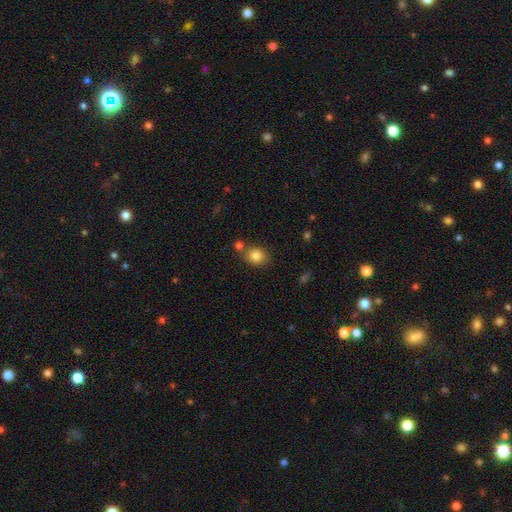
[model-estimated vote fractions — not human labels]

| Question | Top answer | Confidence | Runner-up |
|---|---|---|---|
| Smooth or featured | smooth | 83% | star or artifact (10%) |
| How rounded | round | 56% | in between (43%) |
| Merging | none | 71% | merger (13%) |